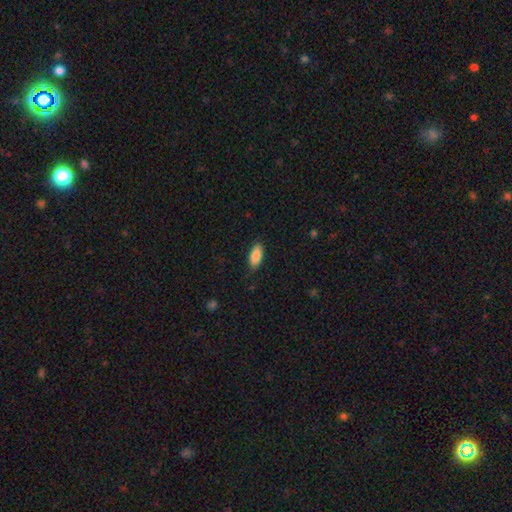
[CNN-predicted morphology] Q: Smooth or featured?
A: smooth (86%); runner-up: featured or disk (8%)
Q: How rounded?
A: in between (83%); runner-up: cigar-shaped (16%)
Q: Merging?
A: none (86%); runner-up: minor disturbance (11%)